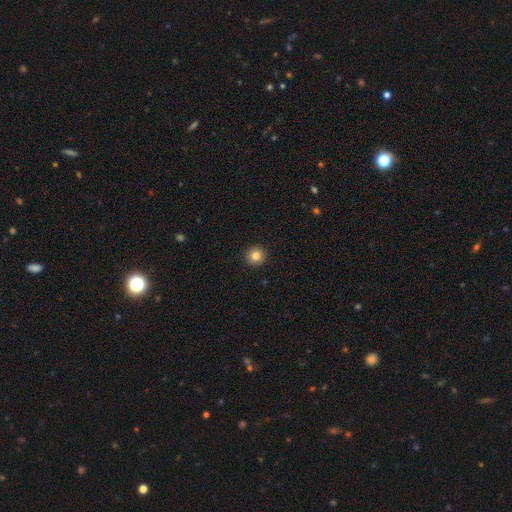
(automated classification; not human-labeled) Smooth or featured? smooth (84%)
How rounded? round (95%)
Merging? none (93%)